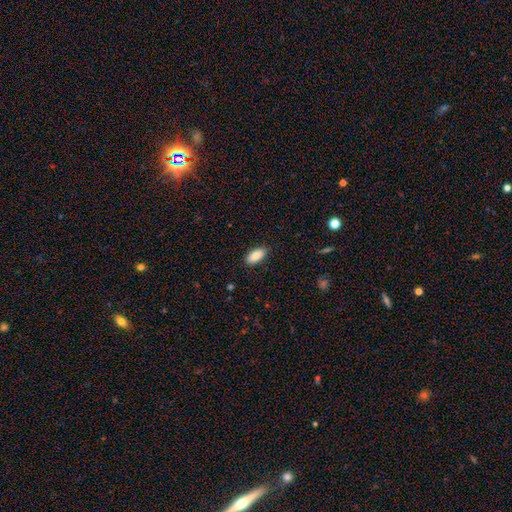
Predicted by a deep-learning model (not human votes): This is clearly a smooth galaxy (87%). How rounded: clearly in between (91%). Merging: clearly none (87%).